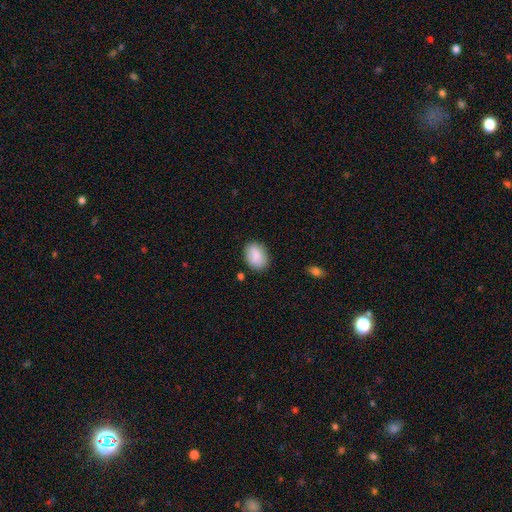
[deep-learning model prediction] Smooth or featured? smooth (87%)
How rounded? in between (78%)
Merging? none (81%)